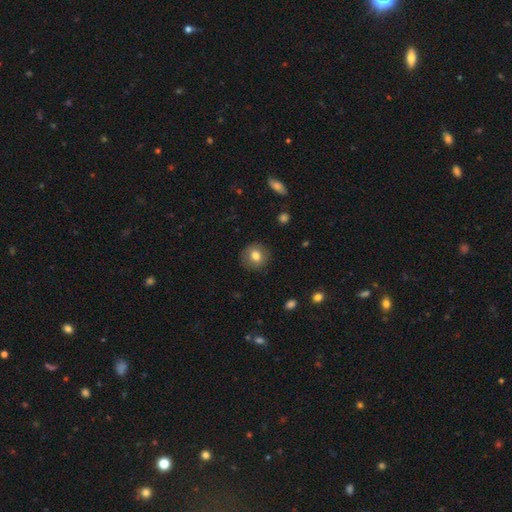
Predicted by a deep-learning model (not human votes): Smooth or featured? Predicted: smooth (p=0.79). How rounded? Predicted: round (p=0.88). Merging? Predicted: none (p=0.88).